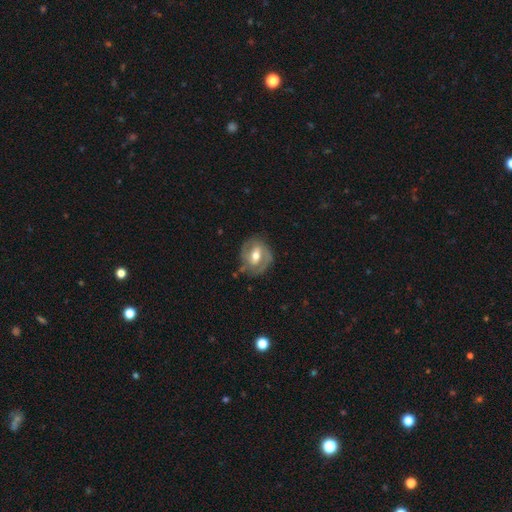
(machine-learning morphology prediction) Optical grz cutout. It shows a featured or disk galaxy (73%) with a weak bar (45%), 2 (77%) tight (43%) spiral arms (81%) and a moderate central bulge (73%). Merging: none (71%).